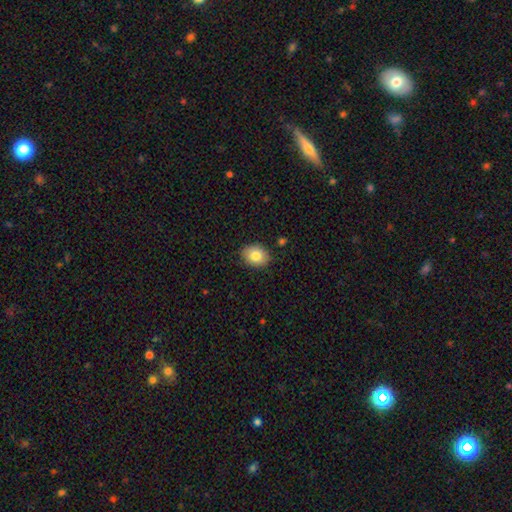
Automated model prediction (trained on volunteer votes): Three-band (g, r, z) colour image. It shows a smooth galaxy with no disk features (82%) that is in between round and cigar-shaped (58%). Merging: none (84%).